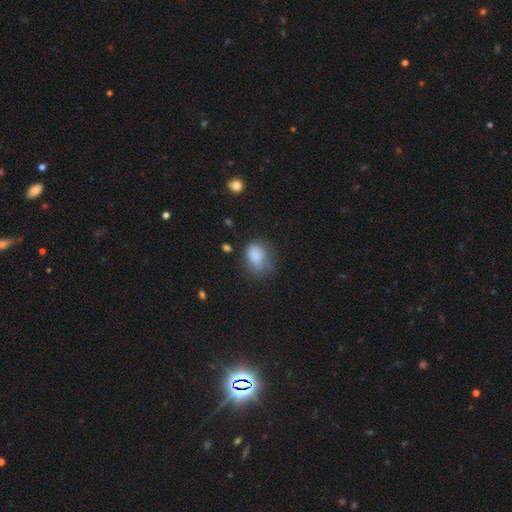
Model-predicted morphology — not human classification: This appears to be a smooth galaxy with no disk features (79%) that is in between round and cigar-shaped (68%). Merging: none (40%).